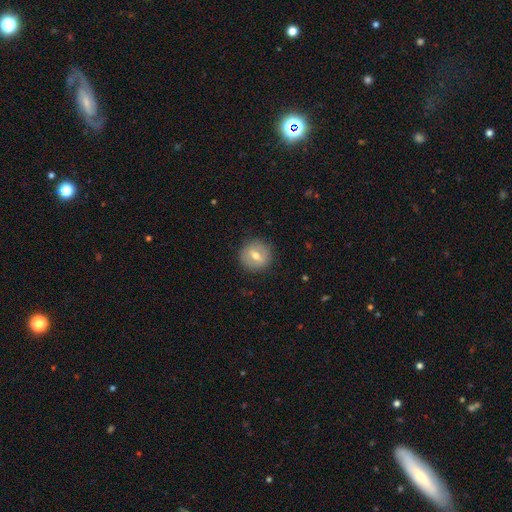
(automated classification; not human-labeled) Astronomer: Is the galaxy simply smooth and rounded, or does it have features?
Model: smooth — 58% (runner-up: featured or disk, 33%).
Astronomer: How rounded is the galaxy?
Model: round — 91%.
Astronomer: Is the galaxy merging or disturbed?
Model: none — 88%.